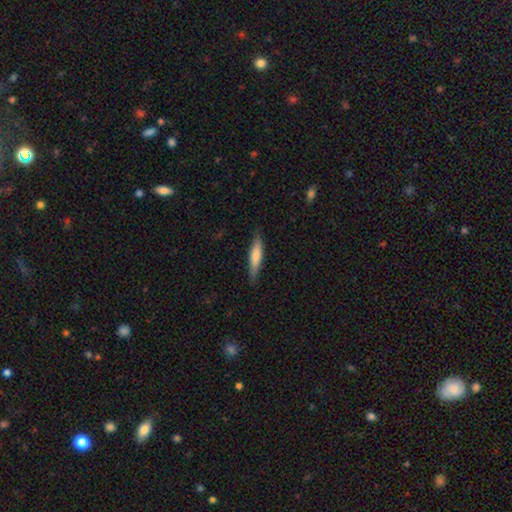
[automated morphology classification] Overall: smooth (71%). How rounded: cigar-shaped (80%). Merging: none (82%).